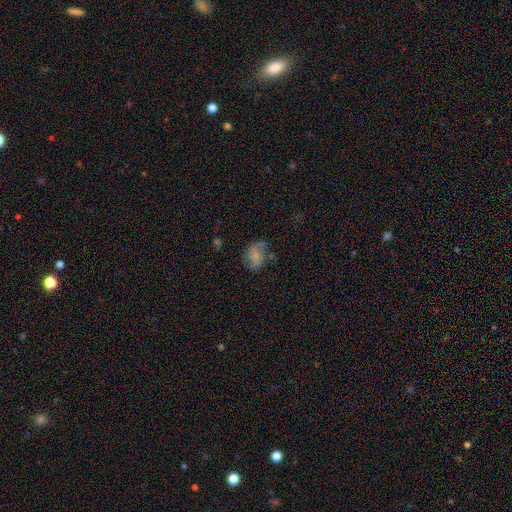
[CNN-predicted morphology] type=smooth (58%); roundness=in between (71%); merging=none (57%).